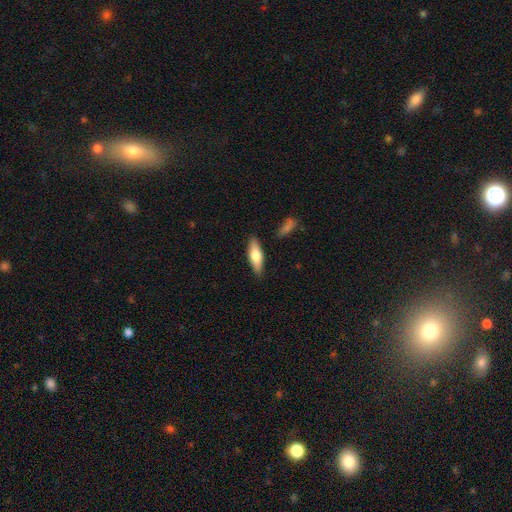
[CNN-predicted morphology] This is likely a smooth galaxy (65%). How rounded: possibly in between (58%). Merging: clearly none (86%).